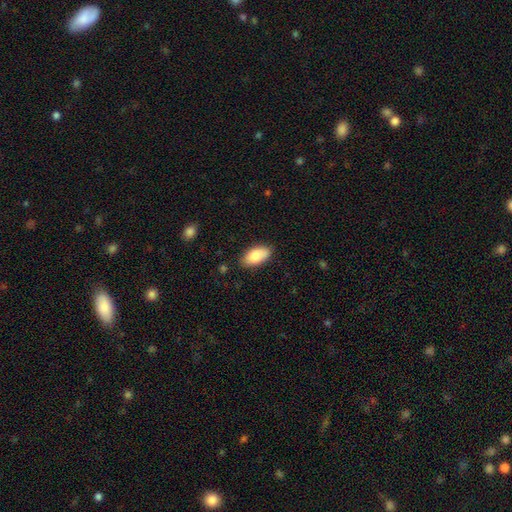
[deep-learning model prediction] A smooth galaxy with no disk features (82%) that is in between round and cigar-shaped (94%). Merging: none (84%).